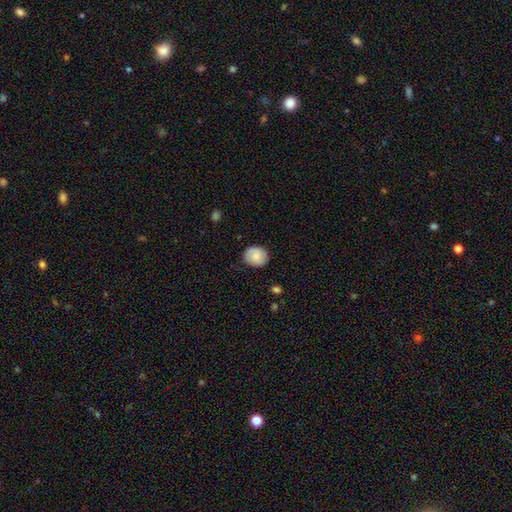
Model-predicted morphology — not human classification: This appears to be a smooth galaxy with no disk features (78%) that is round (67%). Merging: none (84%).